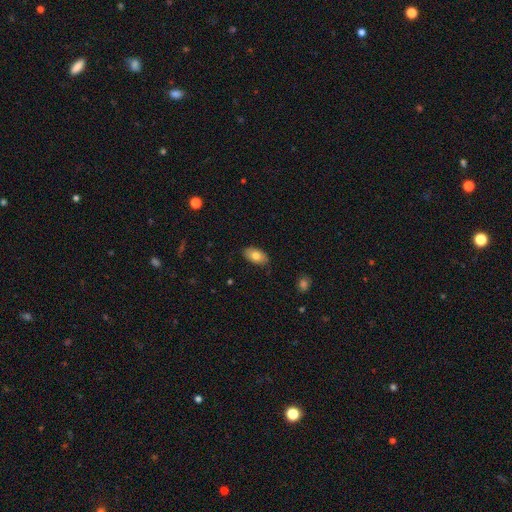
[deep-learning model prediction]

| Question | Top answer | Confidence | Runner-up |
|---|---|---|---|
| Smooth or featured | smooth | 77% | featured or disk (16%) |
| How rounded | in between | 94% | round (4%) |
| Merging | none | 85% | minor disturbance (12%) |